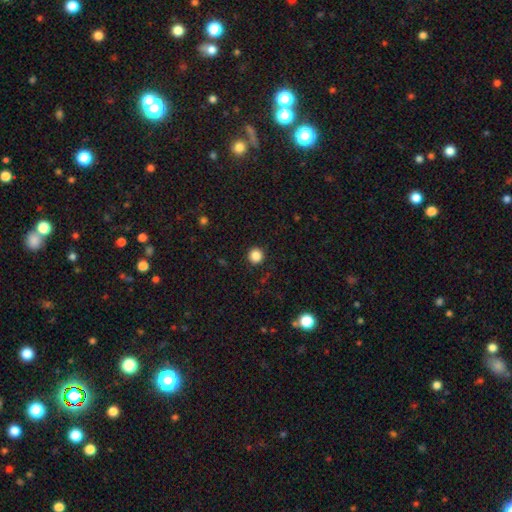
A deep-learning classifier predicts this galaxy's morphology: smooth_or_featured: smooth (p=0.86) [alt: star or artifact p=0.11]
how_rounded: round (p=0.94) [alt: in between p=0.05]
merging: none (p=0.93) [alt: minor disturbance p=0.05]